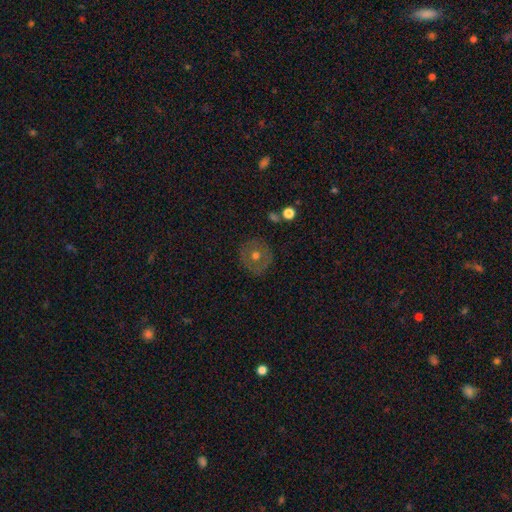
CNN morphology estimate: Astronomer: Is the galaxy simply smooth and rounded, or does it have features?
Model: smooth — 47% (runner-up: featured or disk, 42%).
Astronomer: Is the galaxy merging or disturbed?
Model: none — 85%.